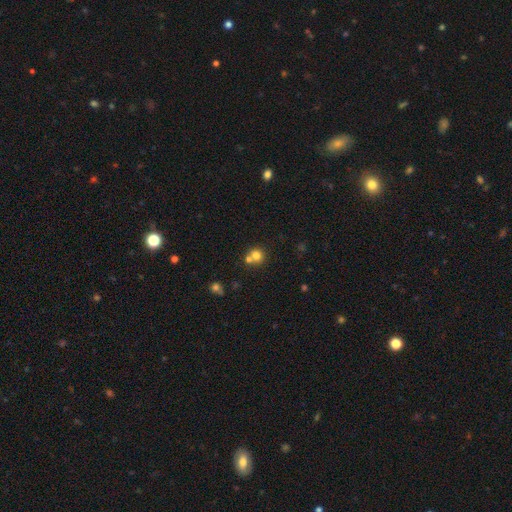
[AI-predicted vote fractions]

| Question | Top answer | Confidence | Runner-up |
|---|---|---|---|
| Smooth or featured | smooth | 75% | star or artifact (13%) |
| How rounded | round | 87% | in between (12%) |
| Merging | none | 50% | merger (40%) |